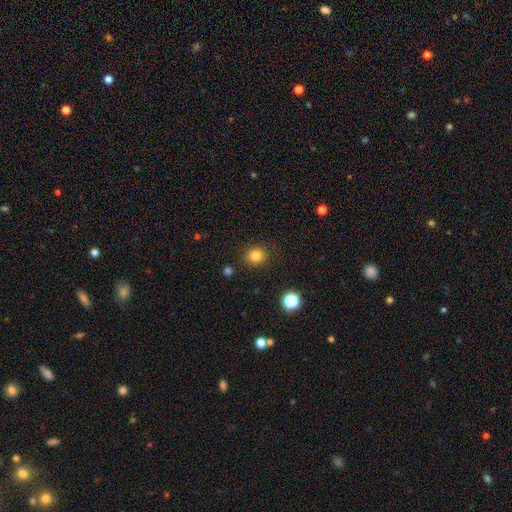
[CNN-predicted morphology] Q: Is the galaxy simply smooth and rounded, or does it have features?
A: smooth — 82%.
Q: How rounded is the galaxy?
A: round — 77%.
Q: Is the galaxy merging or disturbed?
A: none — 85%.